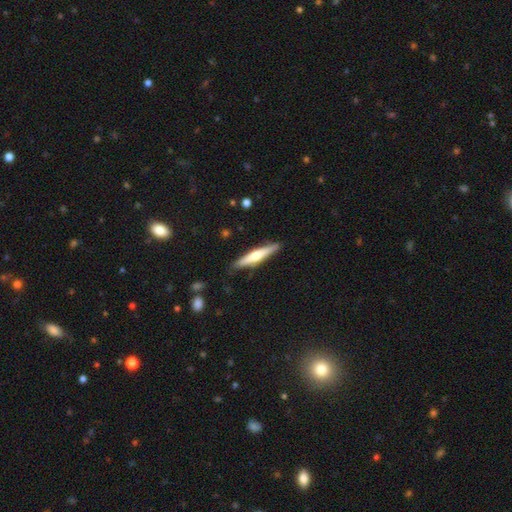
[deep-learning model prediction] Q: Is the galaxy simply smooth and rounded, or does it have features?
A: featured or disk — 51%.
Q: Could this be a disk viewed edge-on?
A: yes — 96%.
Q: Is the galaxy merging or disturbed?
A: none — 87%.